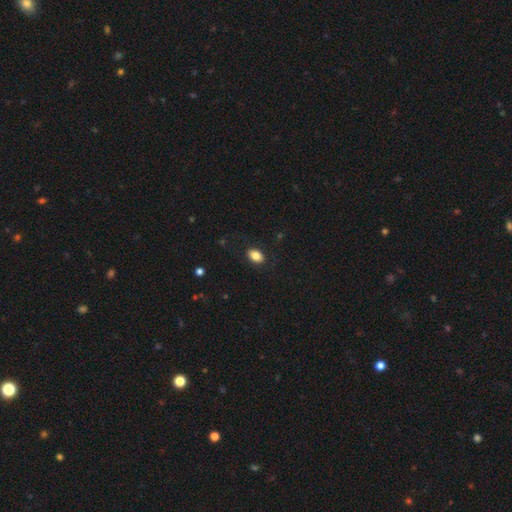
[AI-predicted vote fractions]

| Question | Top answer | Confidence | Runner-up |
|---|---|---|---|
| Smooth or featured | smooth | 85% | star or artifact (8%) |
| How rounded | in between | 87% | round (12%) |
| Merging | none | 86% | minor disturbance (10%) |